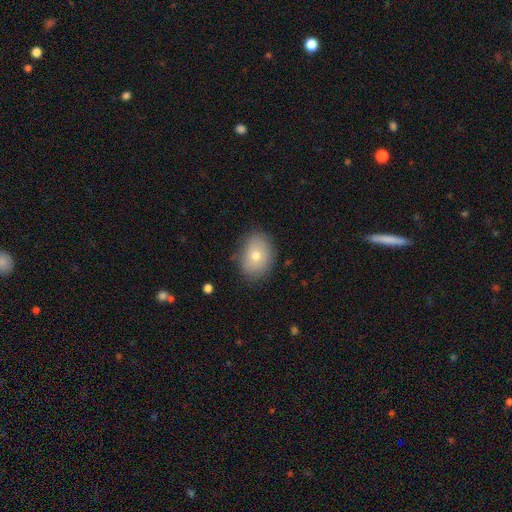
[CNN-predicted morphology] A smooth galaxy with no disk features (72%) that is in between round and cigar-shaped (68%).

Vote fractions:
- Smooth or featured? smooth: 72% / featured or disk: 19% / star or artifact: 9%
- How rounded? in between: 68% / round: 31% / cigar-shaped: 1%
- Merging? none: 83% / minor disturbance: 13% / major disturbance: 3% / merger: 1%